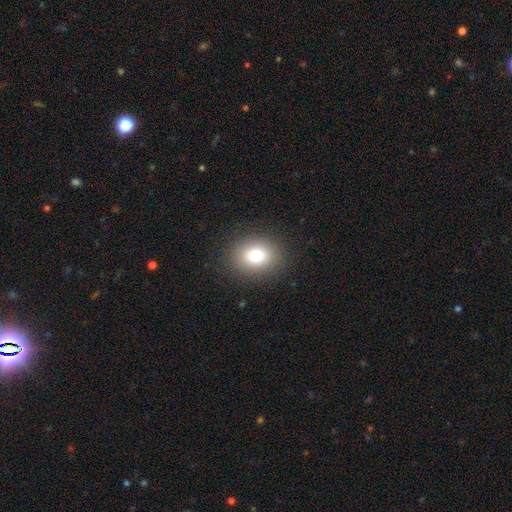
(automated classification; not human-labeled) A smooth galaxy with no disk features (80%) that is round (56%). Merging: none (88%).